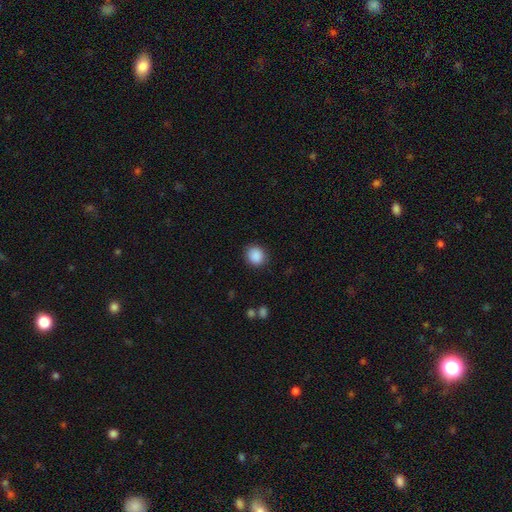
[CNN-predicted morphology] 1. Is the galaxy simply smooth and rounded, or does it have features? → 89% smooth, 8% star or artifact, 3% featured or disk.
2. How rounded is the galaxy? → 78% round, 21% in between, 1% cigar-shaped.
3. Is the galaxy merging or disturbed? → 88% none, 8% minor disturbance, 2% major disturbance, 1% merger.